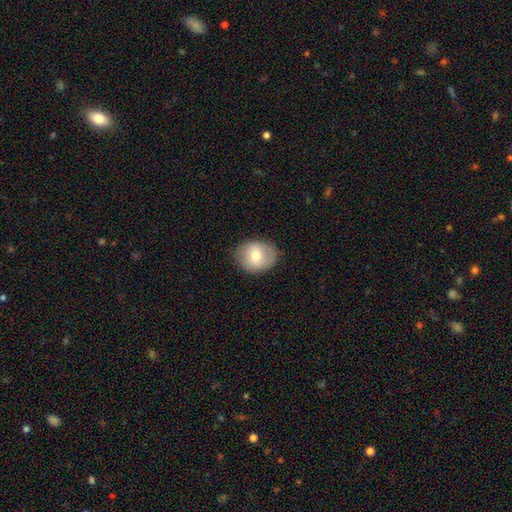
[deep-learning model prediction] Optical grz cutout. It shows a smooth galaxy with no disk features (60%) that is round (56%). Merging: none (80%).